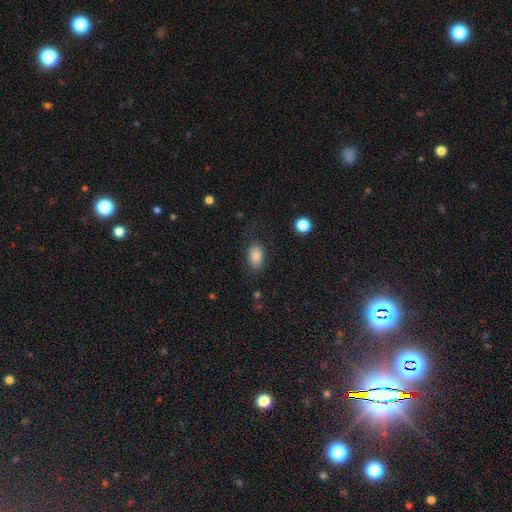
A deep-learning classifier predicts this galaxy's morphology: smooth 83%, star or artifact 9%, featured or disk 8%. Down the decision tree: how rounded — in between (87%); merging — none (74%).